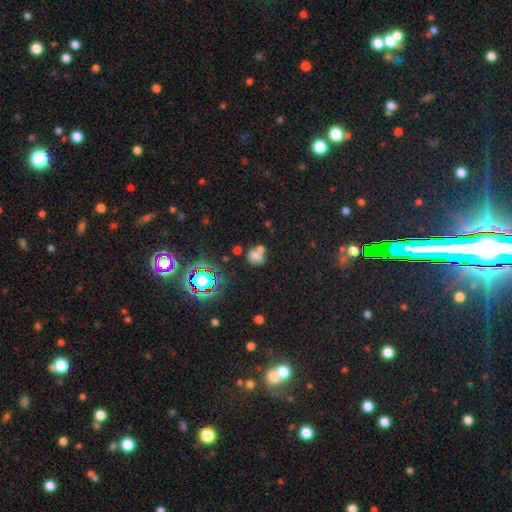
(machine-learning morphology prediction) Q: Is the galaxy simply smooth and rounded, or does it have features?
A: smooth — 60%.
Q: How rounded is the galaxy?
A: round — 63%.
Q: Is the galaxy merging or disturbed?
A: merger — 42%.